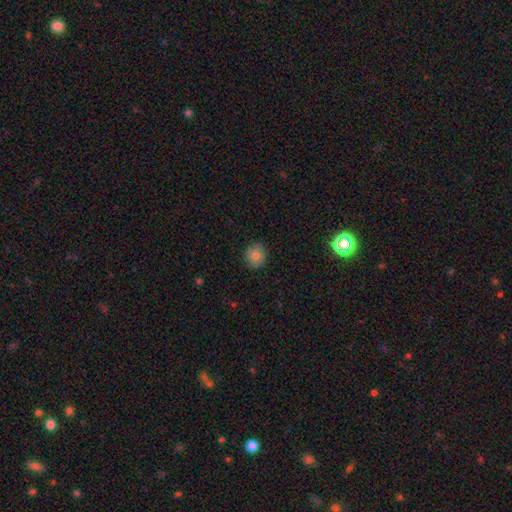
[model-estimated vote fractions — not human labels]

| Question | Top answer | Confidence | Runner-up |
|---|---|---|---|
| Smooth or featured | smooth | 78% | featured or disk (13%) |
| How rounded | round | 87% | in between (13%) |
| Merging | none | 89% | minor disturbance (8%) |